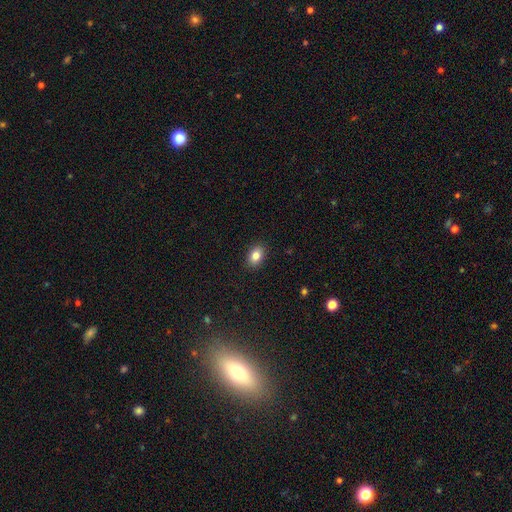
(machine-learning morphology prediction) Smooth or featured? smooth (83%)
How rounded? in between (80%)
Merging? none (89%)